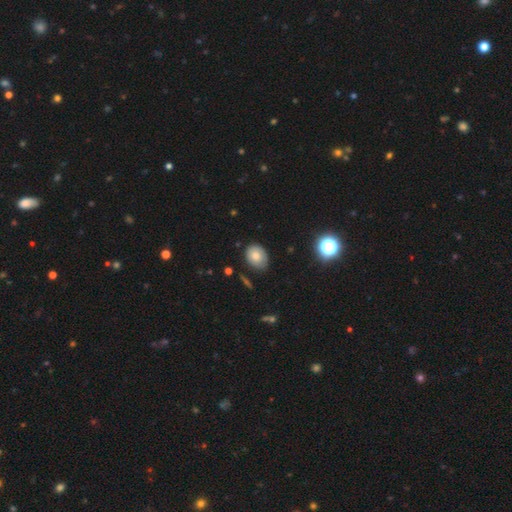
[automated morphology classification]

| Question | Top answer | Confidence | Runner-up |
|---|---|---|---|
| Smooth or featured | smooth | 73% | featured or disk (16%) |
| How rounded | in between | 62% | round (37%) |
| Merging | none | 69% | minor disturbance (24%) |